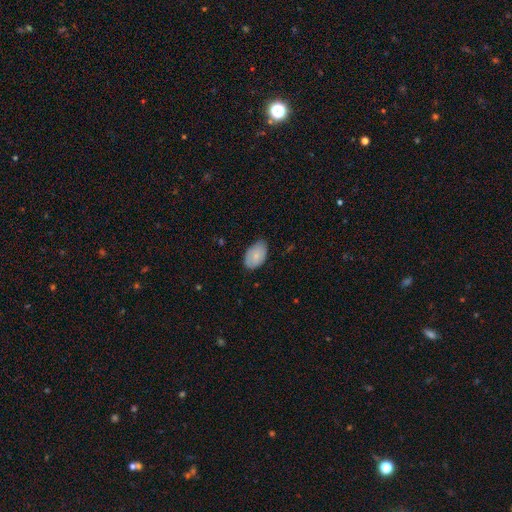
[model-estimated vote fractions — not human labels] This appears to be a smooth galaxy with no disk features (77%) that is in between round and cigar-shaped (91%). Merging: none (72%).